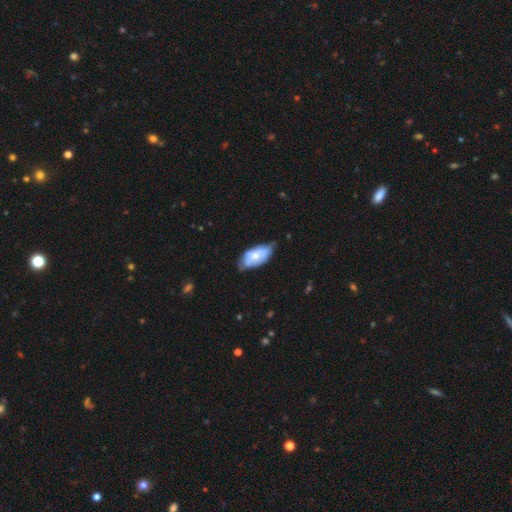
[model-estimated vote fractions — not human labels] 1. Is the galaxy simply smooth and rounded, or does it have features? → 58% smooth, 36% featured or disk, 6% star or artifact.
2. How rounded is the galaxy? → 93% in between, 5% cigar-shaped, 3% round.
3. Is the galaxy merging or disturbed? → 58% none, 34% minor disturbance, 6% major disturbance, 2% merger.